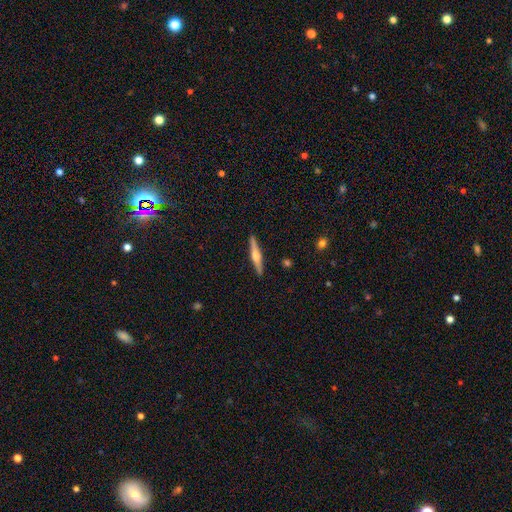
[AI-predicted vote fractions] Smooth or featured: featured or disk — 67% (smooth — 27%)
Edge-on disk: yes — 98% (no — 2%)
Edge-on bulge: rounded — 91% (boxy — 5%)
Merging: none — 91% (minor disturbance — 6%)